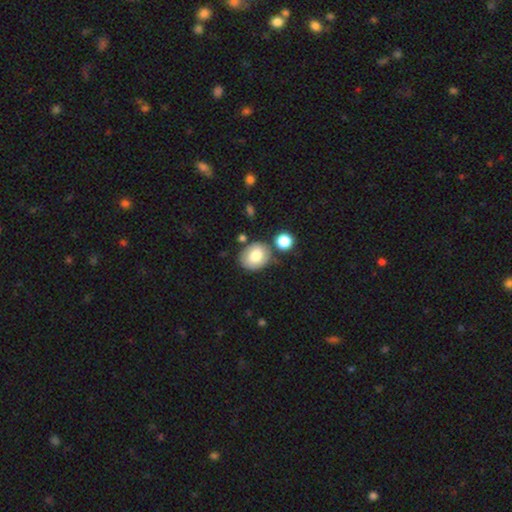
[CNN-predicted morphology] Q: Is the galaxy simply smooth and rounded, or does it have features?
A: smooth — 77%.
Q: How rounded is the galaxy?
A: round — 54%.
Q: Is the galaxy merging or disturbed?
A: none — 69%.